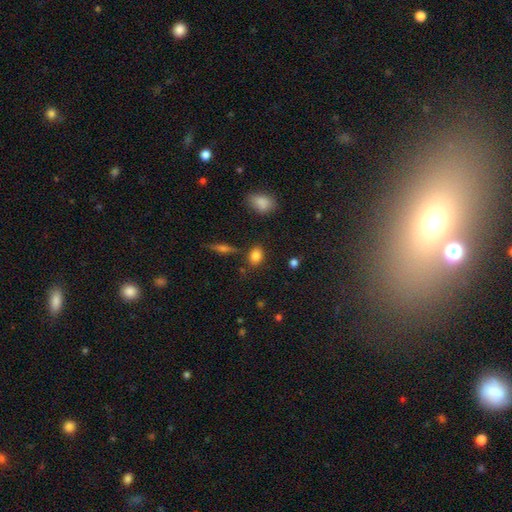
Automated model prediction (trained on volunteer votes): smooth-or-featured: smooth: 82% | star or artifact: 11% | featured or disk: 7%
  how-rounded: in between: 66% | round: 31% | cigar-shaped: 2%
  merging: none: 79% | minor disturbance: 13% | merger: 5% | major disturbance: 4%